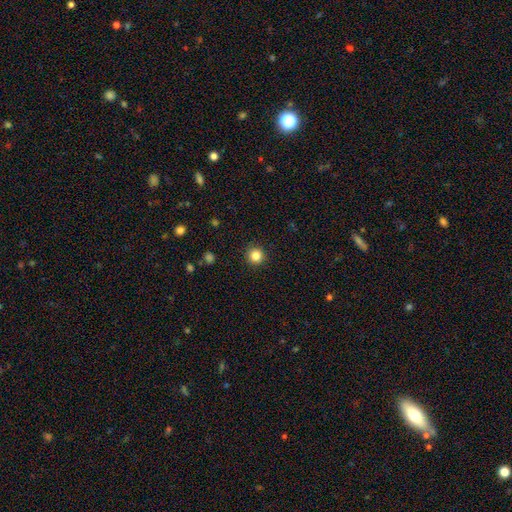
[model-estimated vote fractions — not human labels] Q: Smooth or featured?
A: smooth (84%); runner-up: star or artifact (11%)
Q: How rounded?
A: round (95%); runner-up: in between (4%)
Q: Merging?
A: none (92%); runner-up: minor disturbance (5%)